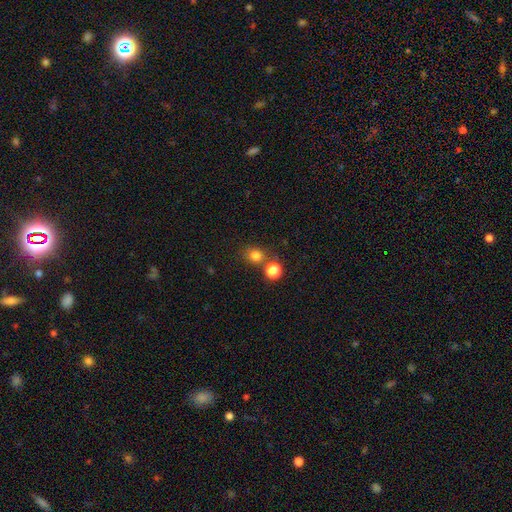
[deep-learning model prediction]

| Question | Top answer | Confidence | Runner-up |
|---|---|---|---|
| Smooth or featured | smooth | 80% | star or artifact (15%) |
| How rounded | round | 77% | in between (22%) |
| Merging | none | 68% | merger (19%) |